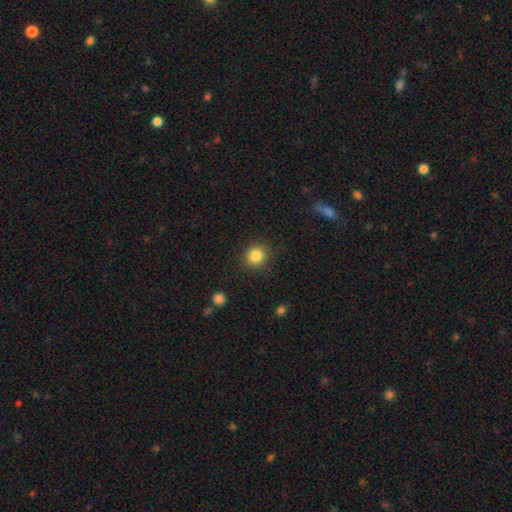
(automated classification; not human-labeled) smooth-or-featured: smooth: 85% | star or artifact: 10% | featured or disk: 5%
  how-rounded: round: 90% | in between: 9% | cigar-shaped: 1%
  merging: none: 89% | minor disturbance: 7% | major disturbance: 3% | merger: 1%